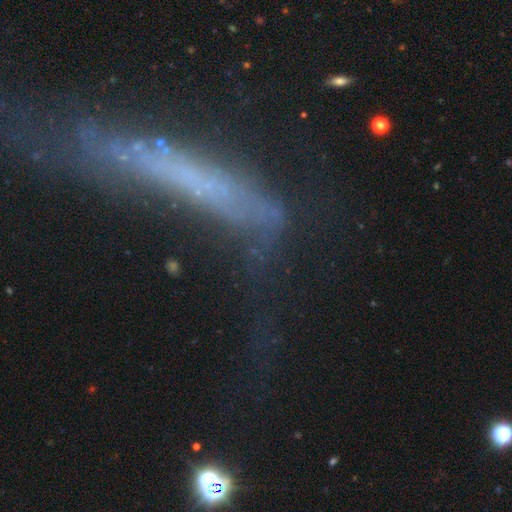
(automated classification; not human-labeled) featured or disk 46%, smooth 35%, star or artifact 19%. Down the decision tree: merging — none (50%).